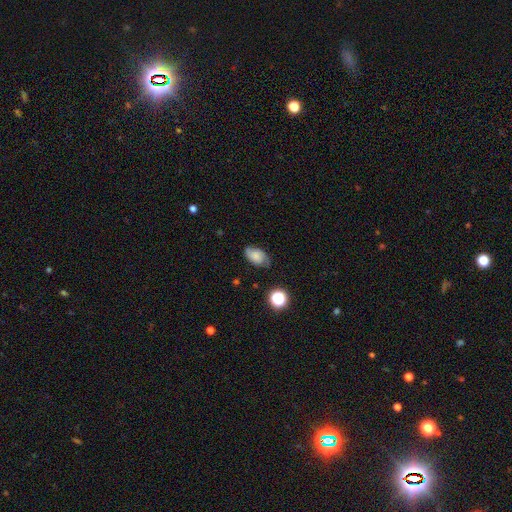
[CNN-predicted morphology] Smooth or featured? smooth (46%)
Merging? none (72%)